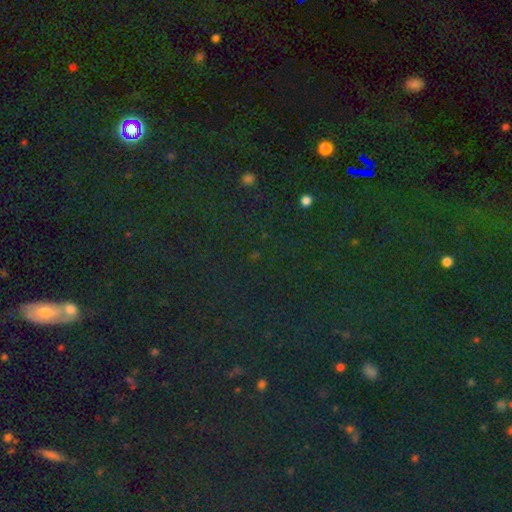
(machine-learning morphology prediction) This appears to be a star or artifact, not a galaxy (74%).